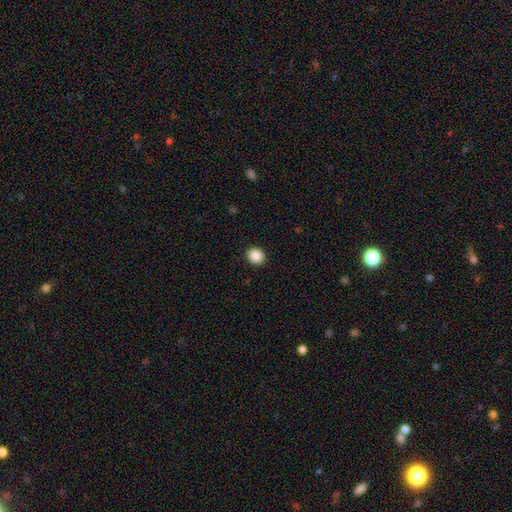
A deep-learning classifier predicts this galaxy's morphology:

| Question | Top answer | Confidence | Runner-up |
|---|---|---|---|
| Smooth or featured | smooth | 88% | star or artifact (9%) |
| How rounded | round | 82% | in between (17%) |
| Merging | none | 92% | minor disturbance (5%) |